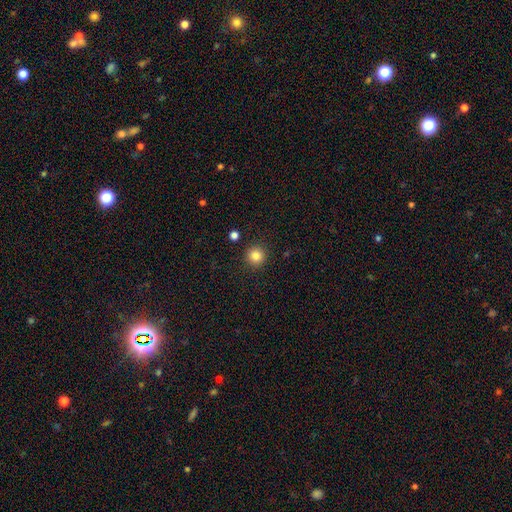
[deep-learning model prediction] Smooth or featured? Predicted: smooth (p=0.85). How rounded? Predicted: round (p=0.95). Merging? Predicted: none (p=0.91).